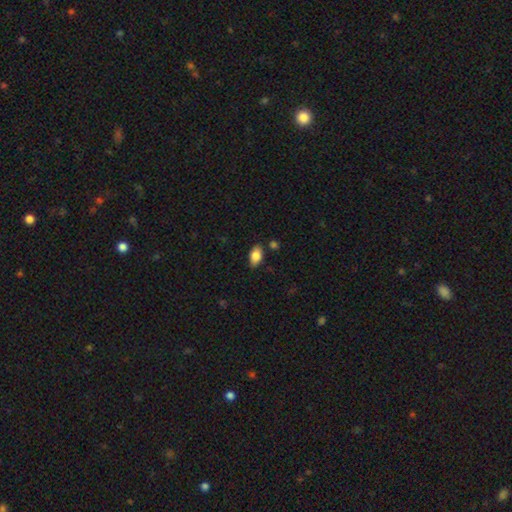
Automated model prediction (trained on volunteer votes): Smooth or featured: smooth — 83% (featured or disk — 9%)
How rounded: in between — 91% (round — 6%)
Merging: none — 82% (minor disturbance — 13%)